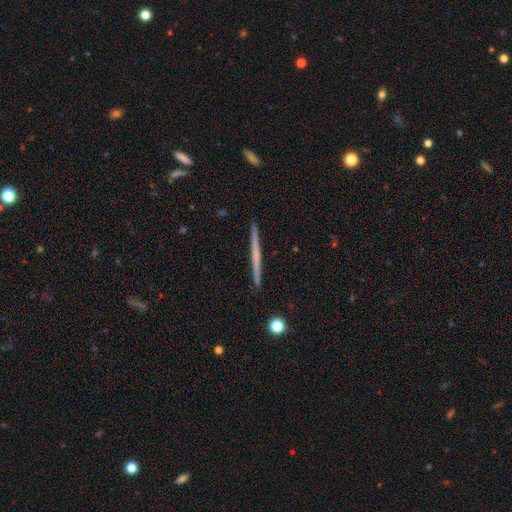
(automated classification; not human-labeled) The model was most divided on "smooth or featured": featured or disk: 55%, smooth: 39%, star or artifact: 5%. More confident: edge-on disk — yes (98%); merging — none (93%); edge-on bulge — none (87%).